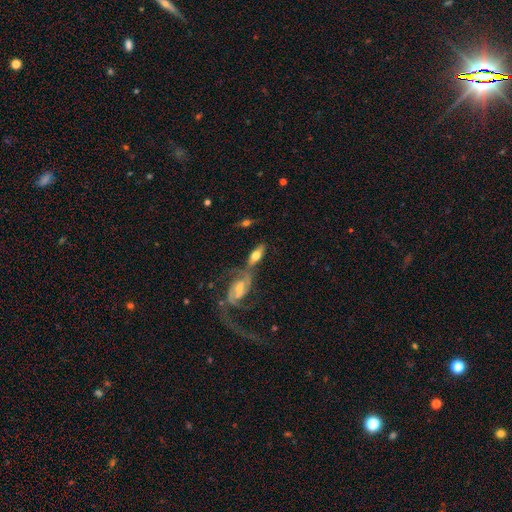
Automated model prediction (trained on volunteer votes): The model was most divided on "edge-on disk": no: 54%, yes: 46%. Remaining: smooth or featured — featured or disk (54%); merging — none (45%).